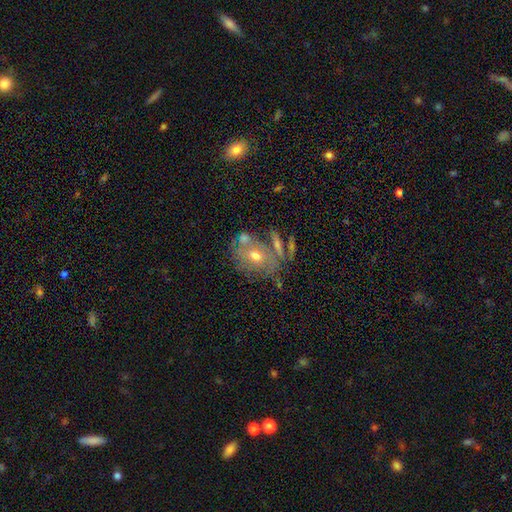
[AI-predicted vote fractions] featured or disk 45%, smooth 42%, star or artifact 14%. Down the decision tree: merging — none (49%).